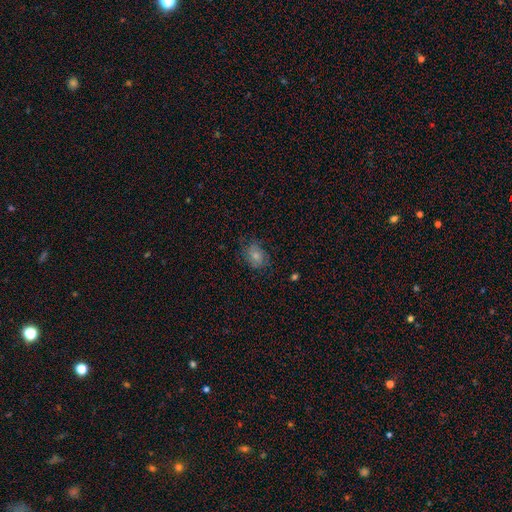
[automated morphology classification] type=smooth (75%); roundness=in between (58%); merging=none (70%).